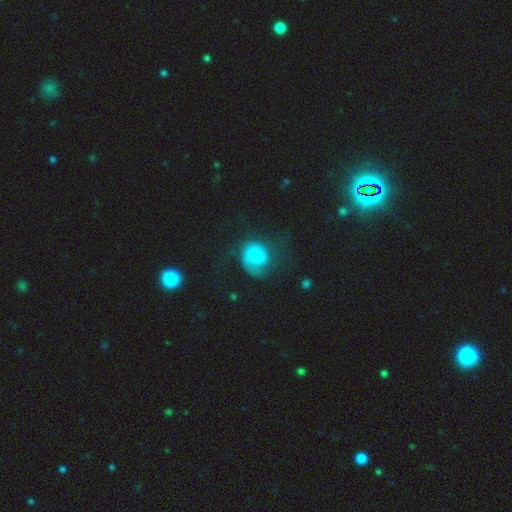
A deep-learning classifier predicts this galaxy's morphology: Smooth or featured? Predicted: smooth (p=0.46). Merging? Predicted: none (p=0.41).